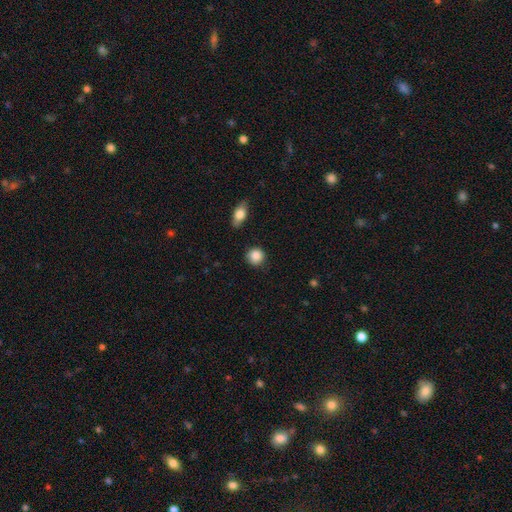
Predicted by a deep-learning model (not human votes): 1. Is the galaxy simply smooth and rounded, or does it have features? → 87% smooth, 8% star or artifact, 4% featured or disk.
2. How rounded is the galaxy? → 90% round, 9% in between, 1% cigar-shaped.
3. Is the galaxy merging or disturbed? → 87% none, 8% minor disturbance, 2% major disturbance, 2% merger.